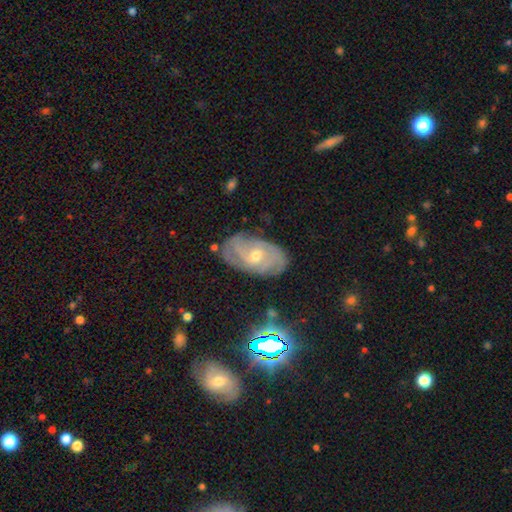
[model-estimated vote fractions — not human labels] Smooth or featured: featured or disk — 78% (smooth — 13%)
Edge-on disk: no — 95% (yes — 5%)
Bar: no — 46% (weak — 44%)
Spiral arms: yes — 92% (no — 8%)
Spiral winding: tight — 59% (medium — 31%)
Spiral arm count: can't tell — 37% (2 — 28%)
Bulge size: moderate — 51% (small — 46%)
Merging: none — 75% (minor disturbance — 18%)